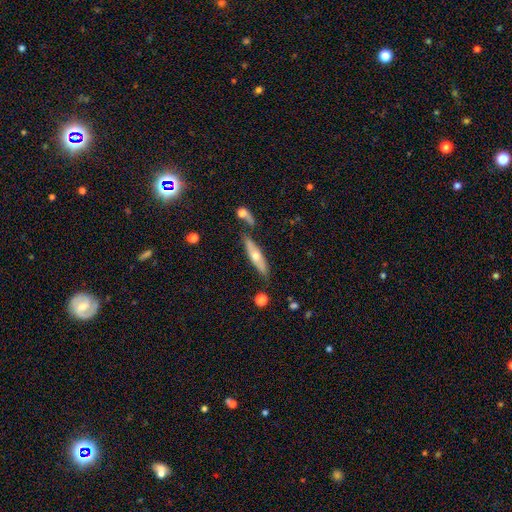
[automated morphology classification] smooth_or_featured: featured or disk (p=0.47) [alt: smooth p=0.46]
merging: none (p=0.68) [alt: minor disturbance p=0.18]